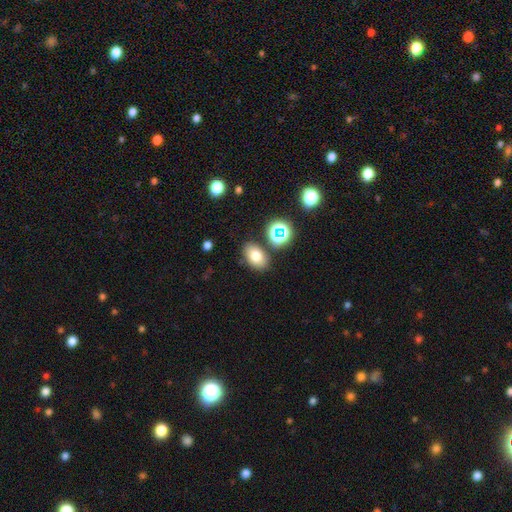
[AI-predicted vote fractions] This appears to be a smooth galaxy with no disk features (75%) that is in between round and cigar-shaped (85%). Merging: none (80%).